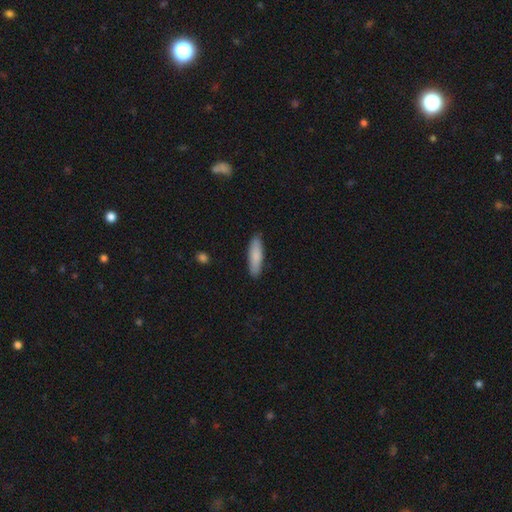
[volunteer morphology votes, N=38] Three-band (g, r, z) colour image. It shows a smooth galaxy with no disk features (79%) that is cigar-shaped (83%). Merging: none (89%).